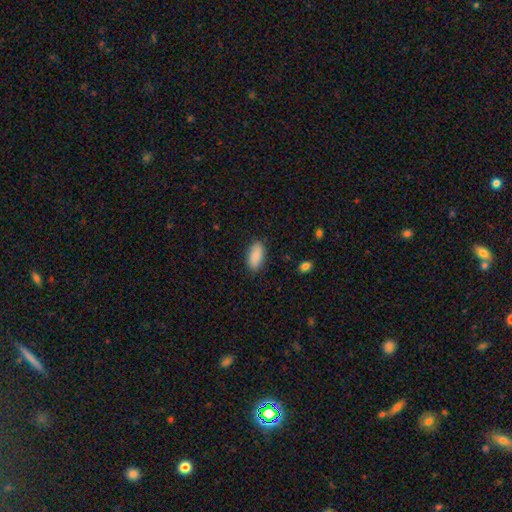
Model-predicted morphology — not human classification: This is clearly a smooth galaxy (90%). How rounded: clearly in between (91%). Merging: clearly none (87%).